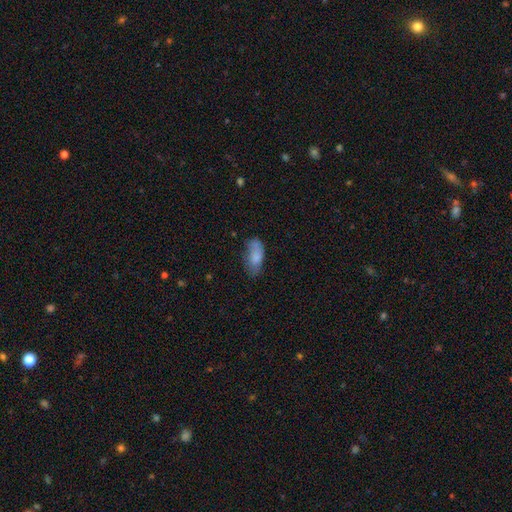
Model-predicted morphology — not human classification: Smooth or featured?
  - smooth: 79% *
  - featured or disk: 13%
  - star or artifact: 8%
How rounded?
  - in between: 87% *
  - cigar-shaped: 10%
  - round: 3%
Merging?
  - none: 51% *
  - minor disturbance: 32%
  - major disturbance: 13%
  - merger: 4%